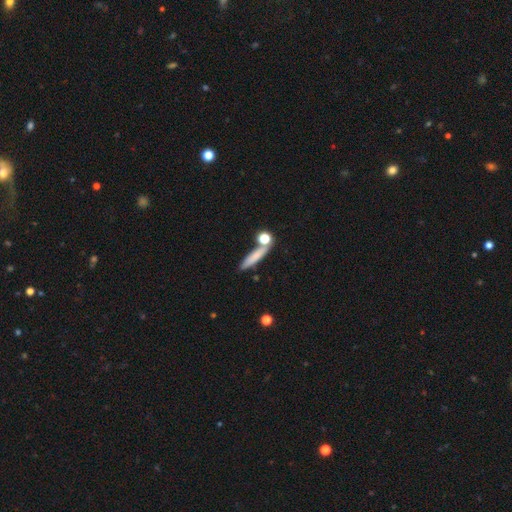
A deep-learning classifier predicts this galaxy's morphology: A smooth galaxy with no disk features (75%) that is cigar-shaped (78%). Merging: none (70%).